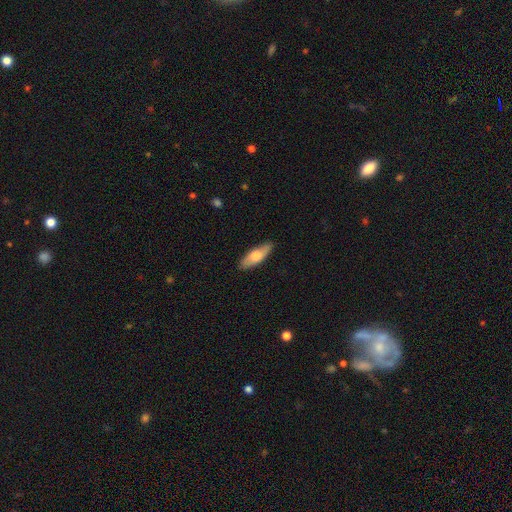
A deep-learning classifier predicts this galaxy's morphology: smooth-or-featured: smooth: 64% | featured or disk: 31% | star or artifact: 5%
  how-rounded: in between: 58% | cigar-shaped: 39% | round: 2%
  merging: none: 87% | minor disturbance: 10% | major disturbance: 2% | merger: 1%